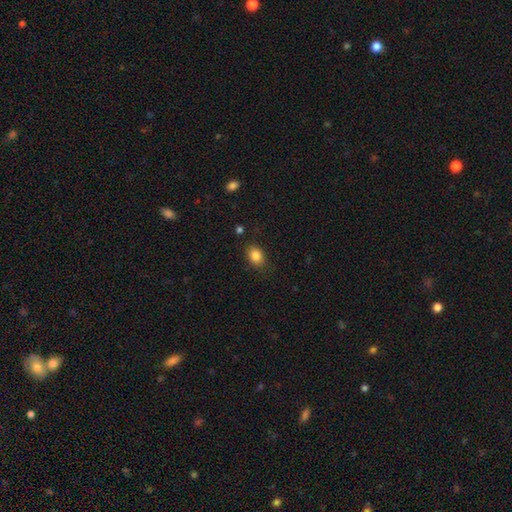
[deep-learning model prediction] A smooth galaxy with no disk features (85%) that is in between round and cigar-shaped (67%).

Vote fractions:
- Smooth or featured? smooth: 85% / star or artifact: 10% / featured or disk: 6%
- How rounded? in between: 67% / round: 32% / cigar-shaped: 1%
- Merging? none: 81% / minor disturbance: 14% / major disturbance: 3% / merger: 2%